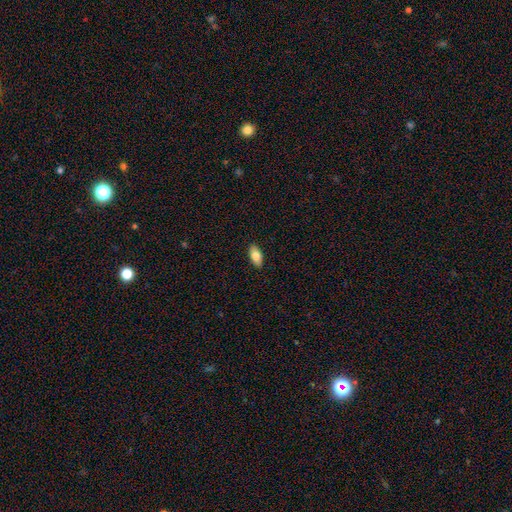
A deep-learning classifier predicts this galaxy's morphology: This is likely a smooth galaxy (78%). How rounded: clearly in between (91%). Merging: clearly none (90%).